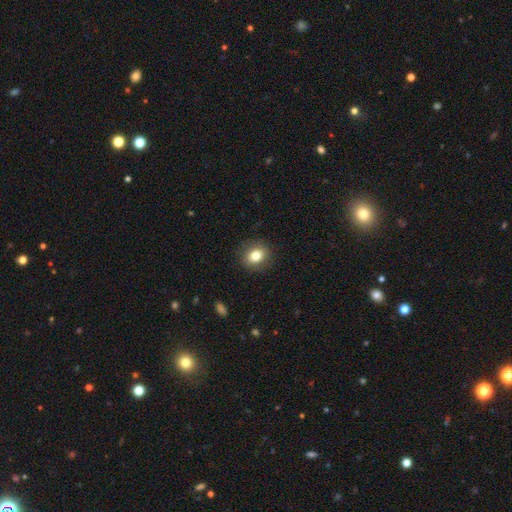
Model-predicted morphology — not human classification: Smooth or featured? Predicted: smooth (p=0.80). How rounded? Predicted: round (p=0.59). Merging? Predicted: none (p=0.88).